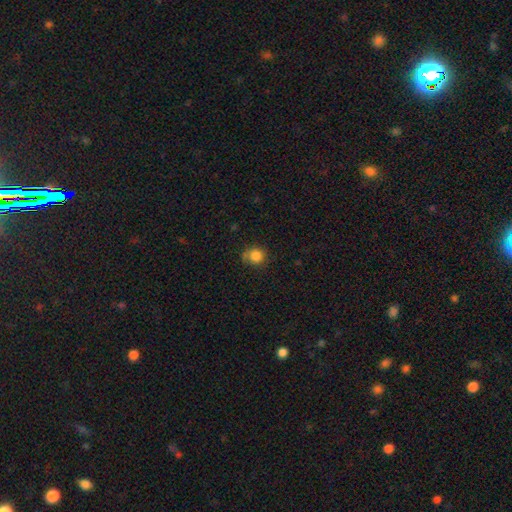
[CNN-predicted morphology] Q: Smooth or featured?
A: smooth (81%); runner-up: featured or disk (9%)
Q: How rounded?
A: round (79%); runner-up: in between (20%)
Q: Merging?
A: none (57%); runner-up: minor disturbance (28%)